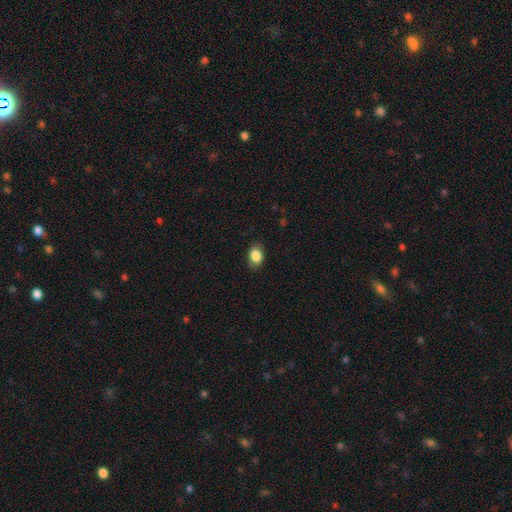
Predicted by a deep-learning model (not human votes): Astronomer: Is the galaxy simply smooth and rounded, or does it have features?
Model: smooth — 87%.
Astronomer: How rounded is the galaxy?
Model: in between — 82%.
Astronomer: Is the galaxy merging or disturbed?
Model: none — 84%.